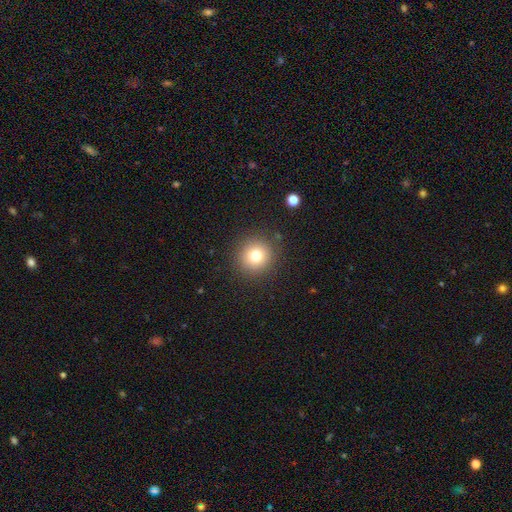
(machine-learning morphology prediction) Q: Smooth or featured?
A: smooth (78%); runner-up: star or artifact (13%)
Q: How rounded?
A: round (93%); runner-up: in between (6%)
Q: Merging?
A: none (88%); runner-up: minor disturbance (7%)